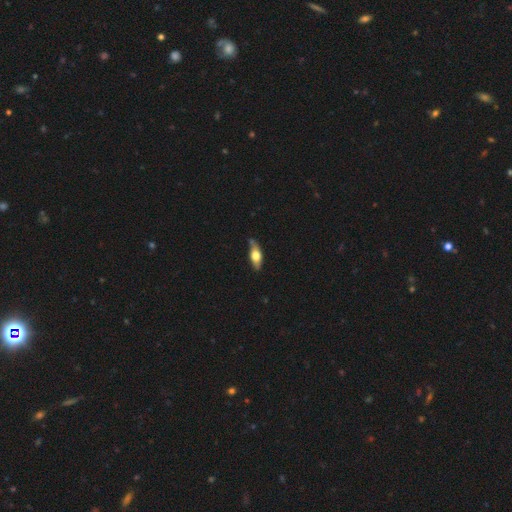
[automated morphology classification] This is possibly a smooth galaxy (53%). How rounded: likely in between (67%). Merging: likely none (69%).